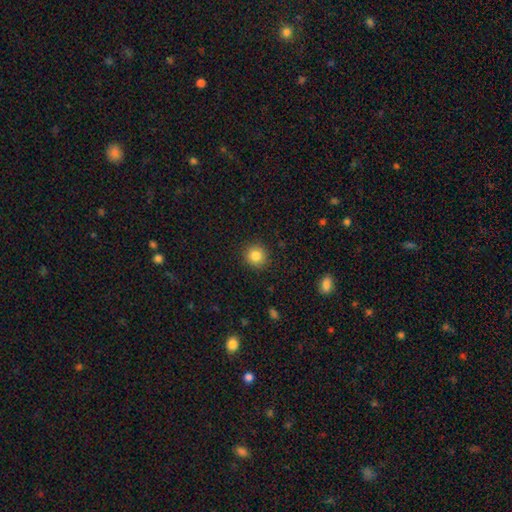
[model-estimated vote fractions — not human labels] Smooth or featured?
  - smooth: 85% *
  - star or artifact: 10%
  - featured or disk: 5%
How rounded?
  - round: 93% *
  - in between: 6%
  - cigar-shaped: 1%
Merging?
  - none: 90% *
  - minor disturbance: 6%
  - major disturbance: 2%
  - merger: 1%